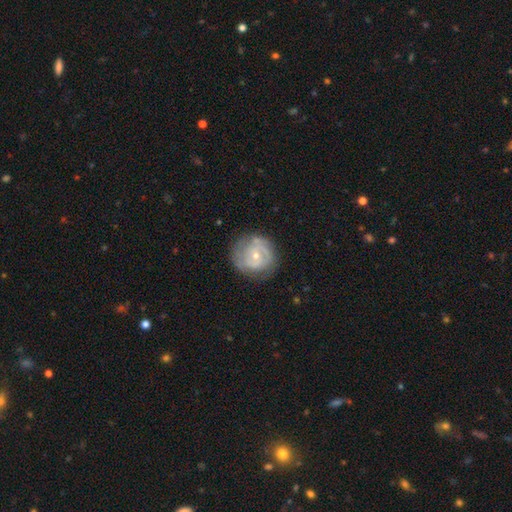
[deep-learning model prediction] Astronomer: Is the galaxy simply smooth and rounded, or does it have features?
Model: featured or disk — 73%.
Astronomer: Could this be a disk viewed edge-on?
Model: no — 98%.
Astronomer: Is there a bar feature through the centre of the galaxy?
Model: no — 64%.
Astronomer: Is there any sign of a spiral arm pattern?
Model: yes — 86%.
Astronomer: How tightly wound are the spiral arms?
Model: tight — 53% (runner-up: medium, 36%).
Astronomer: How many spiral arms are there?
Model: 2 — 51%.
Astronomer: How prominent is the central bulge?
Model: small — 61% (runner-up: moderate, 36%).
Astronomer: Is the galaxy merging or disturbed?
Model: none — 72%.